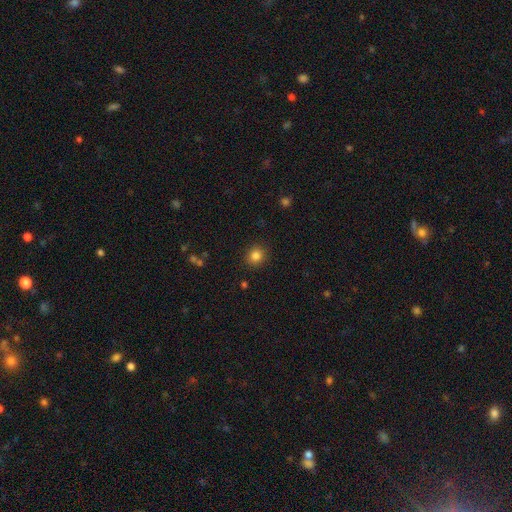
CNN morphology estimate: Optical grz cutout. It shows a smooth galaxy with no disk features (84%) that is round (81%). Merging: none (89%).